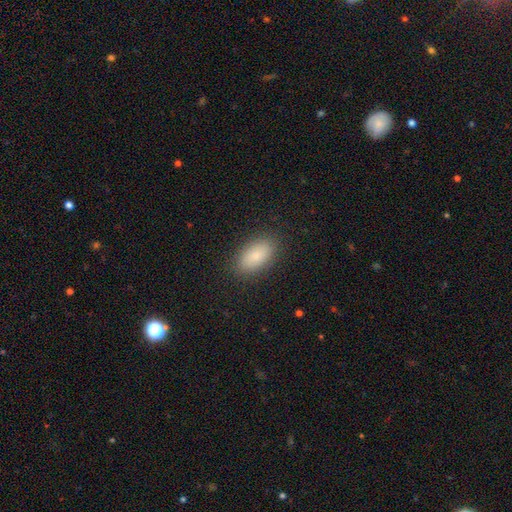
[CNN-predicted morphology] The model was most divided on "smooth or featured": smooth: 86%, star or artifact: 7%, featured or disk: 7%. More confident: how rounded — in between (92%); merging — none (88%).